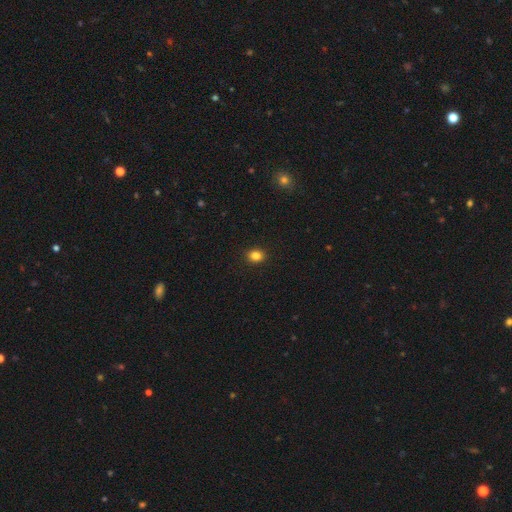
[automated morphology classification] smooth-or-featured: smooth: 84% | star or artifact: 11% | featured or disk: 5%
  how-rounded: round: 59% | in between: 40% | cigar-shaped: 1%
  merging: none: 92% | minor disturbance: 6% | major disturbance: 2% | merger: 1%